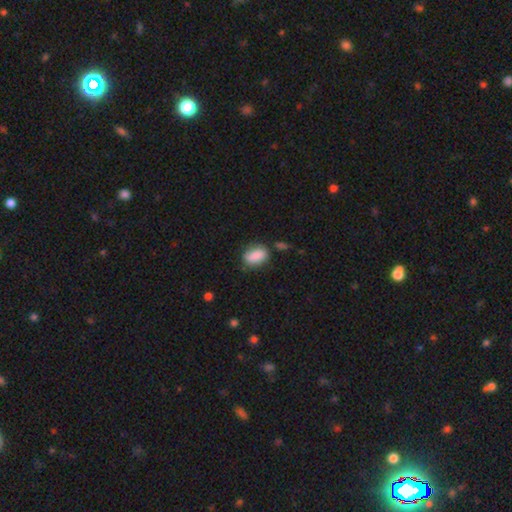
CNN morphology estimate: type=smooth (86%); roundness=in between (85%); merging=none (71%).